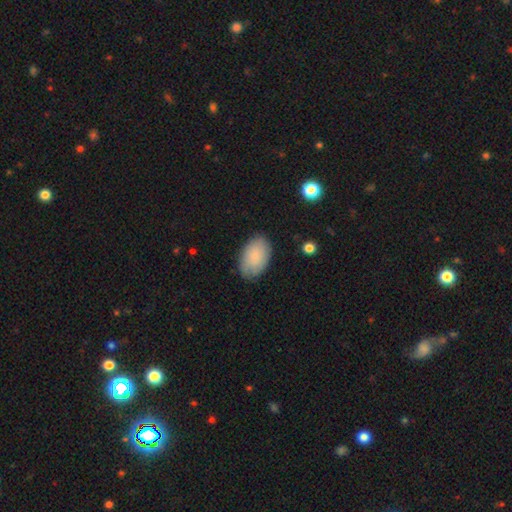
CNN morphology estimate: Smooth or featured?
  - smooth: 83% *
  - featured or disk: 11%
  - star or artifact: 6%
How rounded?
  - in between: 92% *
  - round: 7%
  - cigar-shaped: 1%
Merging?
  - none: 82% *
  - minor disturbance: 14%
  - major disturbance: 3%
  - merger: 1%